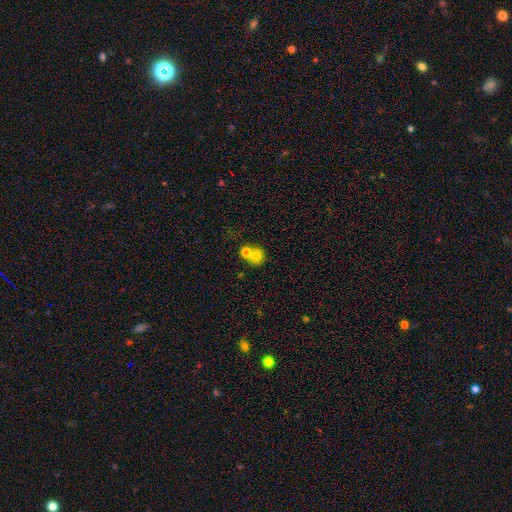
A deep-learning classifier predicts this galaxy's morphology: Smooth or featured? Predicted: smooth (p=0.75). How rounded? Predicted: round (p=0.71). Merging? Predicted: merger (p=0.54).